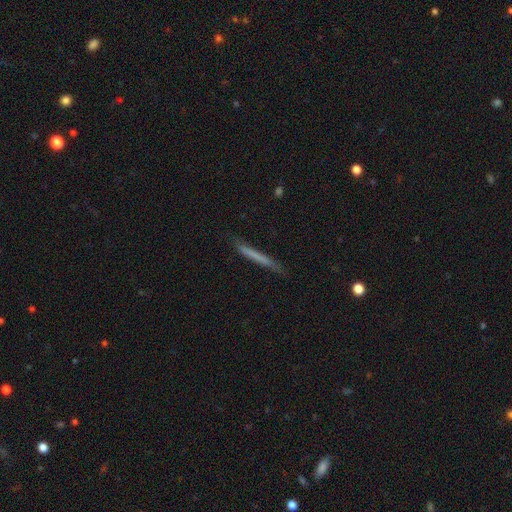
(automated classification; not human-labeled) smooth-or-featured: smooth: 60% | featured or disk: 34% | star or artifact: 6%
  how-rounded: cigar-shaped: 97% | in between: 2% | round: 1%
  merging: none: 84% | minor disturbance: 12% | major disturbance: 2% | merger: 1%